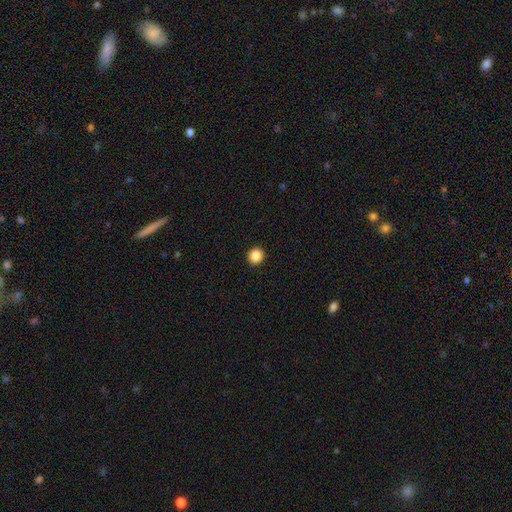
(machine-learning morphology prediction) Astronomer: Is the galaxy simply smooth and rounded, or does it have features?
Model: smooth — 86%.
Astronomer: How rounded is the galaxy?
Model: round — 89%.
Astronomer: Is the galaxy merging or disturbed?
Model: none — 93%.